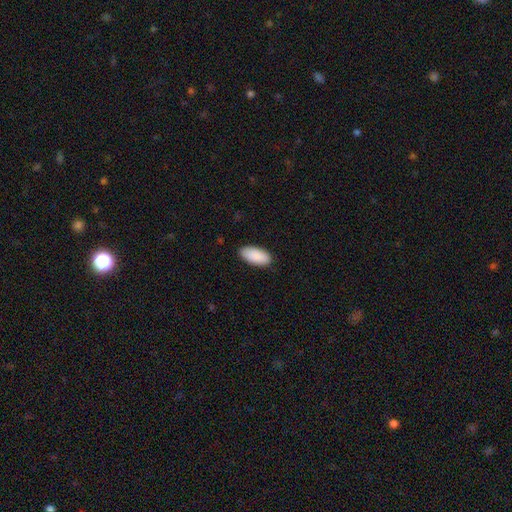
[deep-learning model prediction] Smooth or featured?
  - smooth: 91% *
  - star or artifact: 5%
  - featured or disk: 3%
How rounded?
  - in between: 91% *
  - cigar-shaped: 7%
  - round: 2%
Merging?
  - none: 89% *
  - minor disturbance: 8%
  - major disturbance: 2%
  - merger: 1%